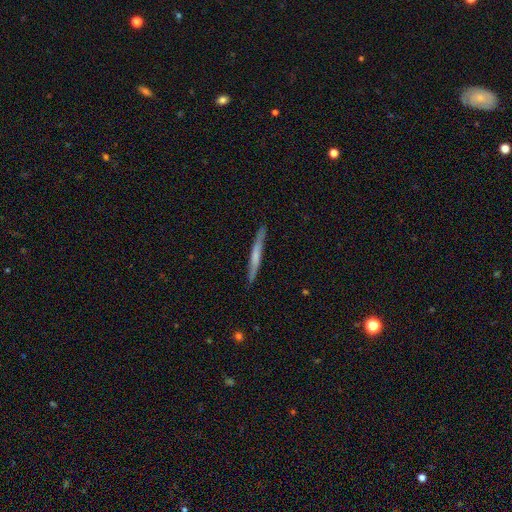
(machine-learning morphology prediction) Overall: smooth (48%; featured or disk 46%). Merging: none (87%).